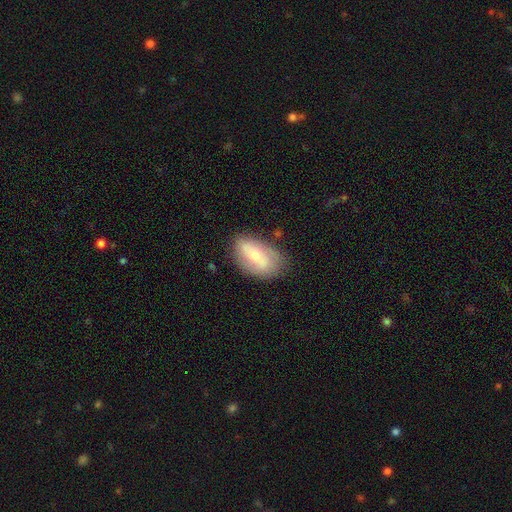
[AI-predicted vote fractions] A featured or disk galaxy (48%). Merging: none (74%).